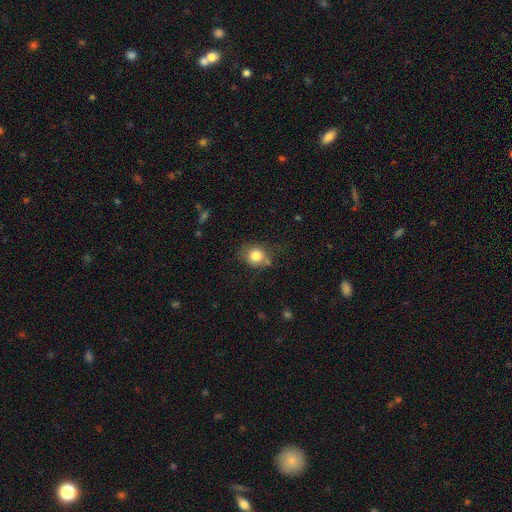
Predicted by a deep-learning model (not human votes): The model was most divided on "merging": none: 66%, minor disturbance: 21%, major disturbance: 6%, merger: 6%. More confident: smooth or featured — smooth (80%); how rounded — round (76%).